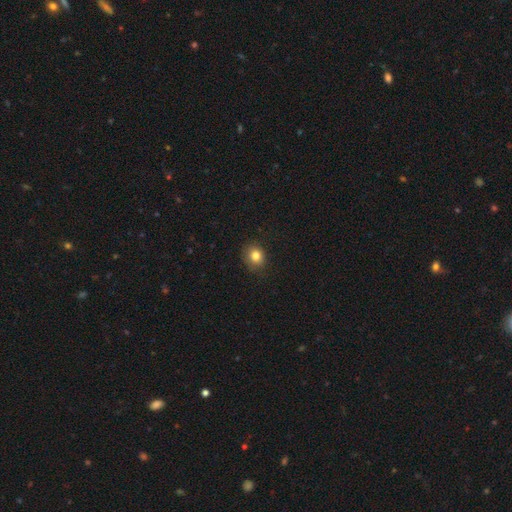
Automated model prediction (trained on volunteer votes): Smooth or featured? Predicted: smooth (p=0.82). How rounded? Predicted: round (p=0.73). Merging? Predicted: none (p=0.84).